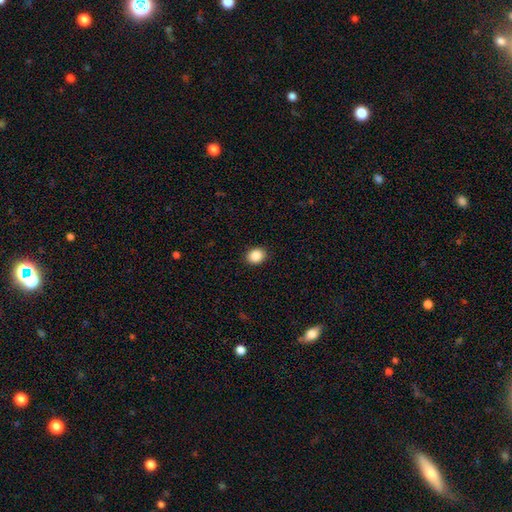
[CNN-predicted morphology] smooth_or_featured: smooth (p=0.88) [alt: star or artifact p=0.09]
how_rounded: round (p=0.61) [alt: in between p=0.39]
merging: none (p=0.91) [alt: minor disturbance p=0.06]